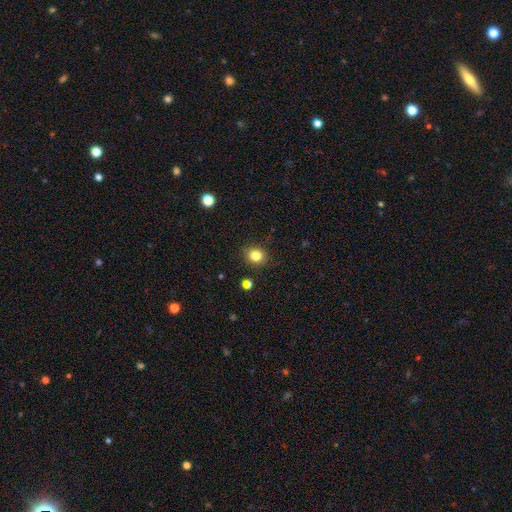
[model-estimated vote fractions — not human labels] The model was most divided on "how rounded": round: 73%, in between: 26%, cigar-shaped: 1%. More confident: merging — none (87%); smooth or featured — smooth (82%).